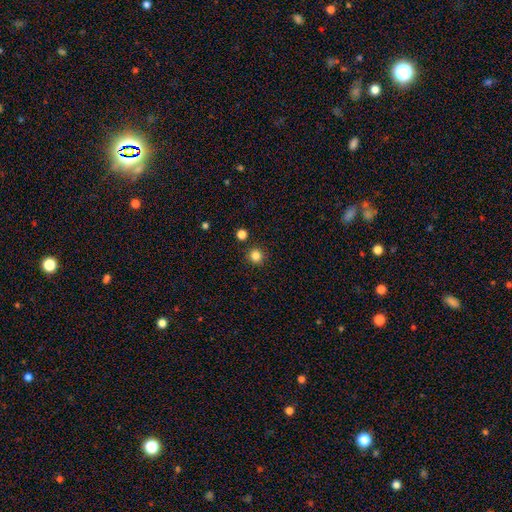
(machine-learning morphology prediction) Overall: smooth (84%). How rounded: round (94%). Merging: none (89%).